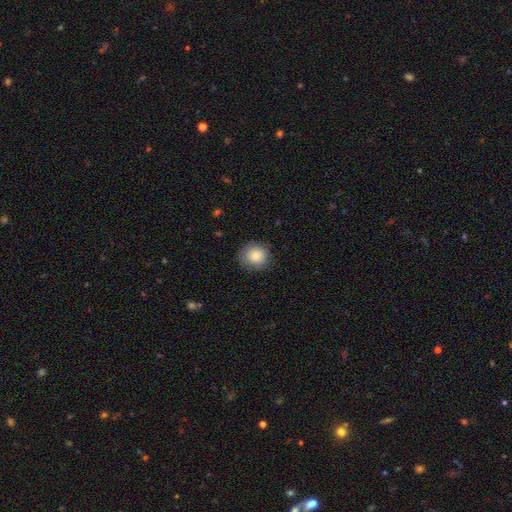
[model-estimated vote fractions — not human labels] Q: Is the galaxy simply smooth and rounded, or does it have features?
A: smooth — 82%.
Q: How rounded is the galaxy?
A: round — 88%.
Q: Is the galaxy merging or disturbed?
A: none — 84%.